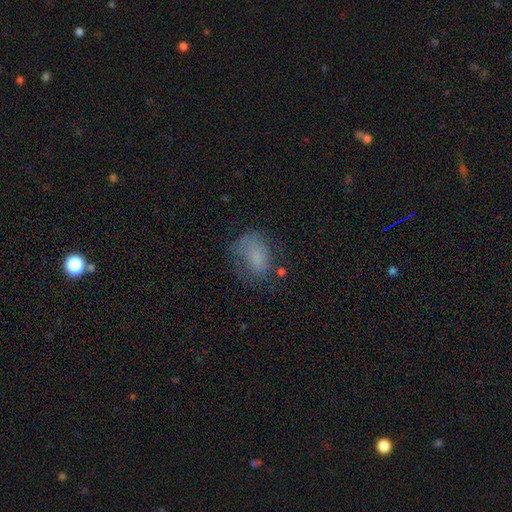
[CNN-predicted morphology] This is likely a smooth galaxy (66%). How rounded: likely in between (76%). Merging: marginally none (44%).